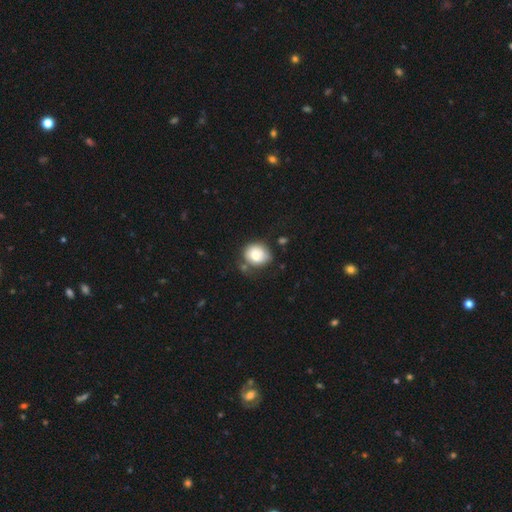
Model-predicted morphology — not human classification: type=smooth (75%); roundness=round (69%); merging=none (54%).